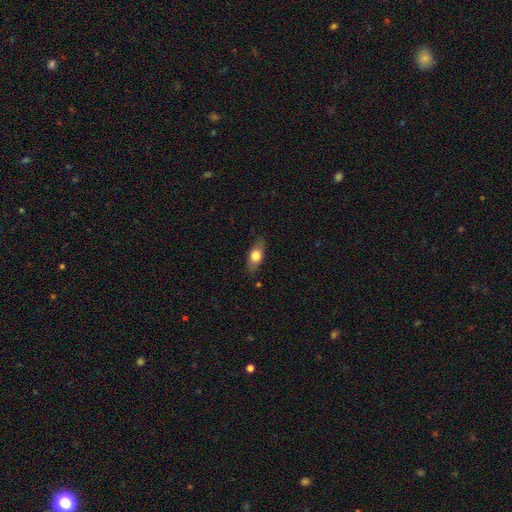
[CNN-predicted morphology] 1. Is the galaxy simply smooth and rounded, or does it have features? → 66% smooth, 27% featured or disk, 7% star or artifact.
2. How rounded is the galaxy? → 74% in between, 19% cigar-shaped, 7% round.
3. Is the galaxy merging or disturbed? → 82% none, 14% minor disturbance, 3% major disturbance, 1% merger.